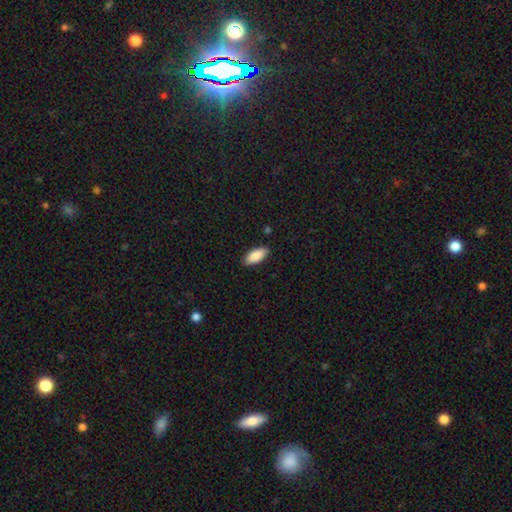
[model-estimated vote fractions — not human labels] A smooth galaxy with no disk features (89%) that is in between round and cigar-shaped (88%).

Vote fractions:
- Smooth or featured? smooth: 89% / star or artifact: 6% / featured or disk: 6%
- How rounded? in between: 88% / cigar-shaped: 10% / round: 2%
- Merging? none: 88% / minor disturbance: 9% / major disturbance: 2% / merger: 1%